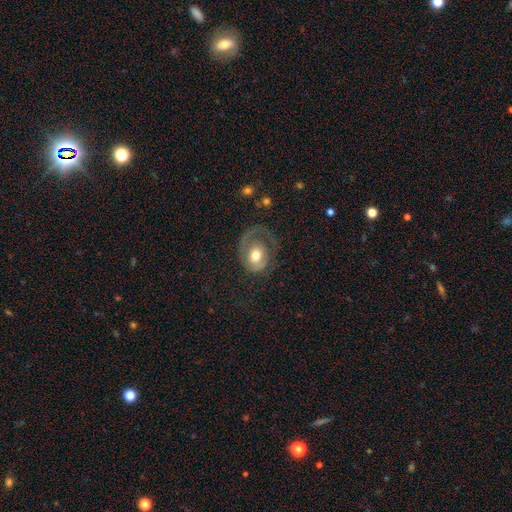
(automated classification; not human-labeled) Overall: featured or disk (50%; smooth 43%). Merging: none (39%; major disturbance 38%).